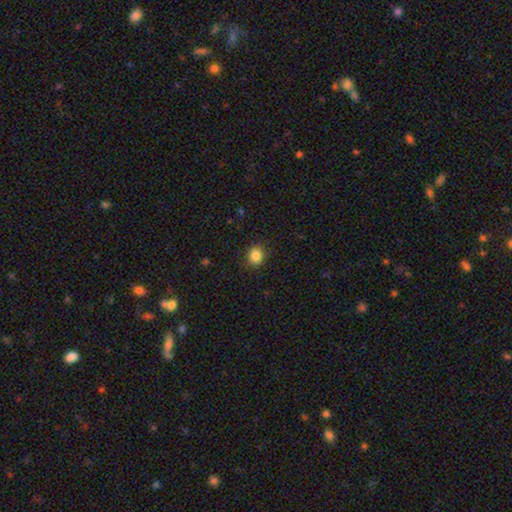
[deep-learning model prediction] A smooth galaxy with no disk features (85%) that is round (80%).

Vote fractions:
- Smooth or featured? smooth: 85% / star or artifact: 11% / featured or disk: 4%
- How rounded? round: 80% / in between: 19% / cigar-shaped: 1%
- Merging? none: 89% / minor disturbance: 8% / major disturbance: 2% / merger: 1%